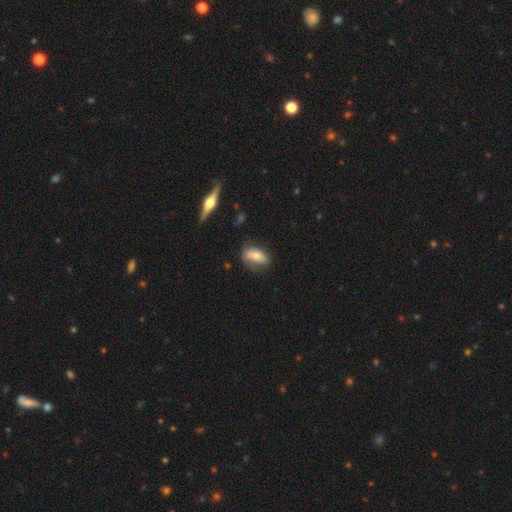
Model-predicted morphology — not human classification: Smooth or featured? smooth (59%)
How rounded? in between (84%)
Merging? none (57%)